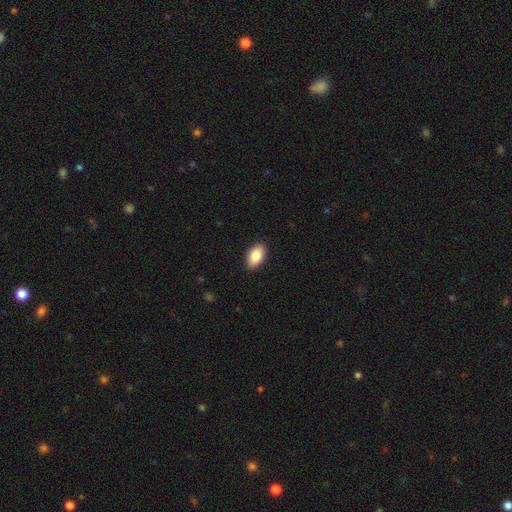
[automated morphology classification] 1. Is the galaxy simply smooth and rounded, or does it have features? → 85% smooth, 8% featured or disk, 7% star or artifact.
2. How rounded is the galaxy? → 93% in between, 5% round, 2% cigar-shaped.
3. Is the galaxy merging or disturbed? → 90% none, 8% minor disturbance, 2% major disturbance, 1% merger.